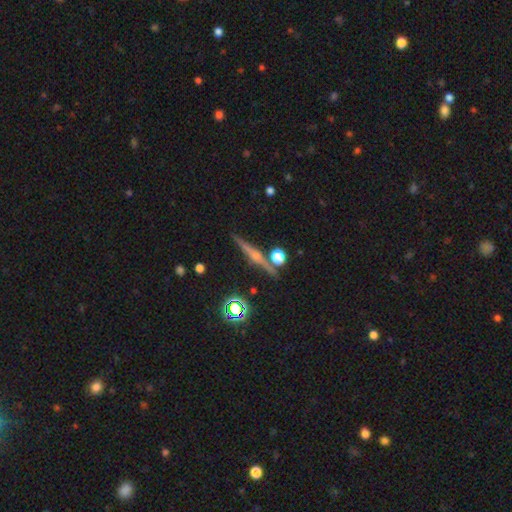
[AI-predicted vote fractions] Smooth or featured? featured or disk (68%)
Edge-on disk? yes (97%)
Edge-on bulge? rounded (74%)
Merging? none (86%)